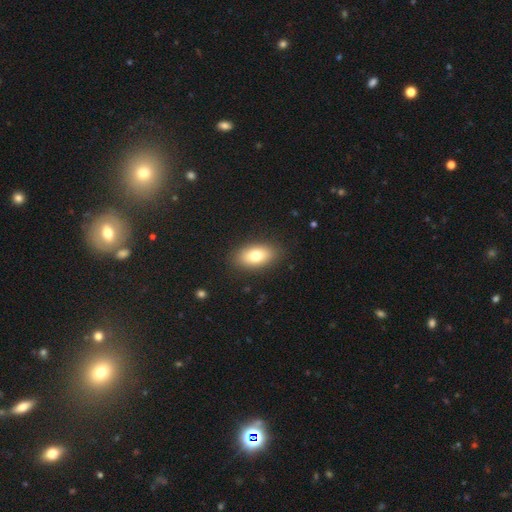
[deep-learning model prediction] A smooth galaxy with no disk features (78%) that is in between round and cigar-shaped (90%).

Vote fractions:
- Smooth or featured? smooth: 78% / featured or disk: 14% / star or artifact: 8%
- How rounded? in between: 90% / round: 7% / cigar-shaped: 3%
- Merging? none: 87% / minor disturbance: 9% / major disturbance: 3% / merger: 1%